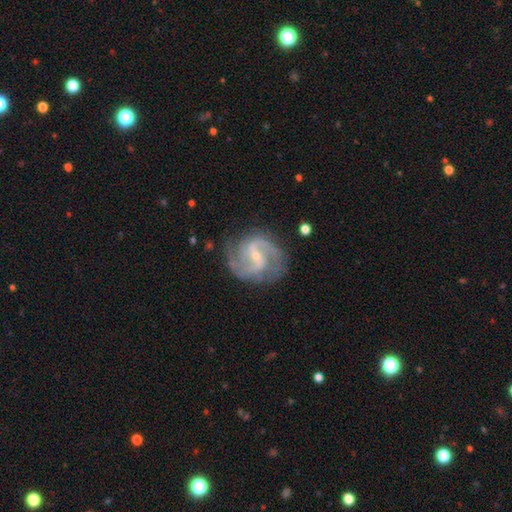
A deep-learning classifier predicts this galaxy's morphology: smooth_or_featured: featured or disk (p=0.90) [alt: star or artifact p=0.05]
disk_edge_on: no (p=0.98) [alt: yes p=0.02]
bar: weak (p=0.55) [alt: strong p=0.25]
has_spiral_arms: yes (p=0.98) [alt: no p=0.02]
spiral_winding: medium (p=0.58) [alt: loose p=0.24]
spiral_arm_count: 2 (p=0.82) [alt: 3 p=0.07]
bulge_size: small (p=0.71) [alt: moderate p=0.22]
merging: none (p=0.75) [alt: minor disturbance p=0.16]